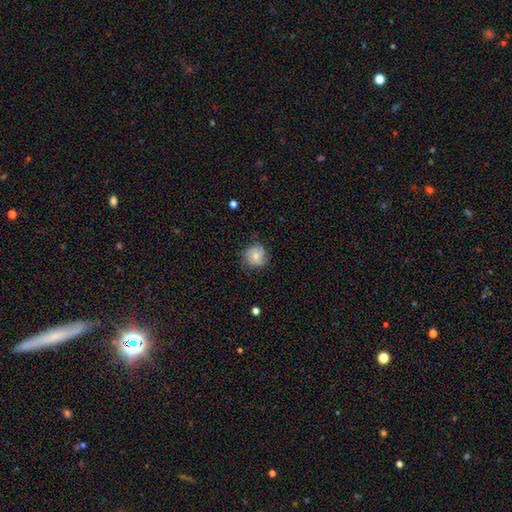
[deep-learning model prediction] A smooth galaxy with no disk features (53%) that is round (87%).

Vote fractions:
- Smooth or featured? smooth: 53% / featured or disk: 39% / star or artifact: 8%
- How rounded? round: 87% / in between: 12% / cigar-shaped: 1%
- Merging? none: 72% / minor disturbance: 21% / major disturbance: 6% / merger: 1%